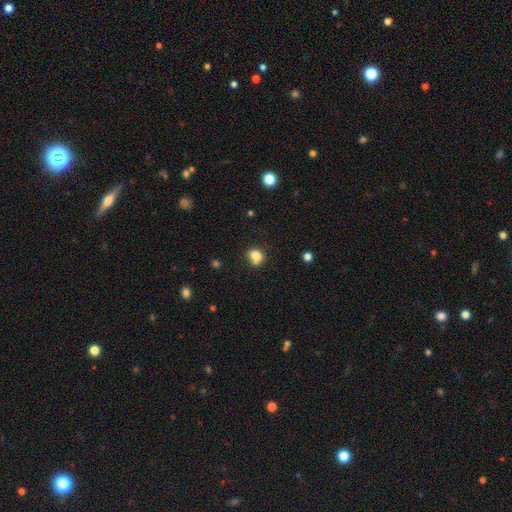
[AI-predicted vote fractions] smooth_or_featured: smooth (p=0.80) [alt: star or artifact p=0.12]
how_rounded: round (p=0.65) [alt: in between p=0.34]
merging: none (p=0.58) [alt: merger p=0.19]